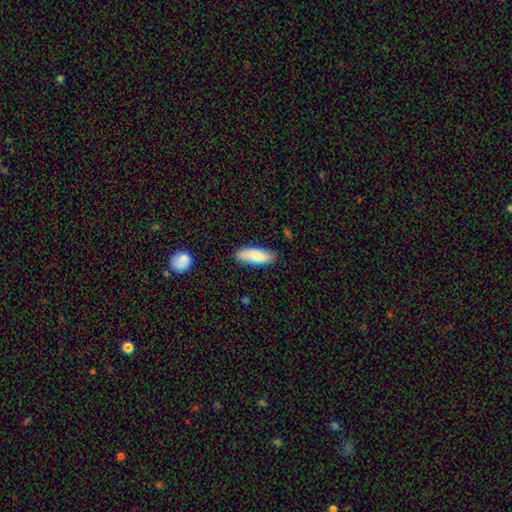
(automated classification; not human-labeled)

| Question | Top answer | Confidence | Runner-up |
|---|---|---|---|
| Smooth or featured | smooth | 82% | featured or disk (12%) |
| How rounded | in between | 74% | cigar-shaped (25%) |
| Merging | none | 84% | minor disturbance (12%) |